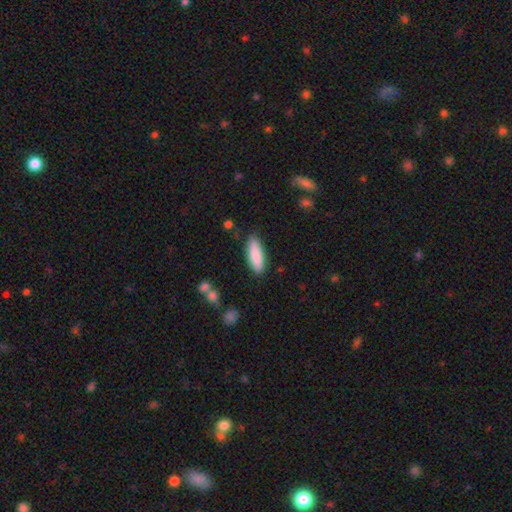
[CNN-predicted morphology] A smooth galaxy with no disk features (85%) that is in between round and cigar-shaped (51%). Merging: none (86%).